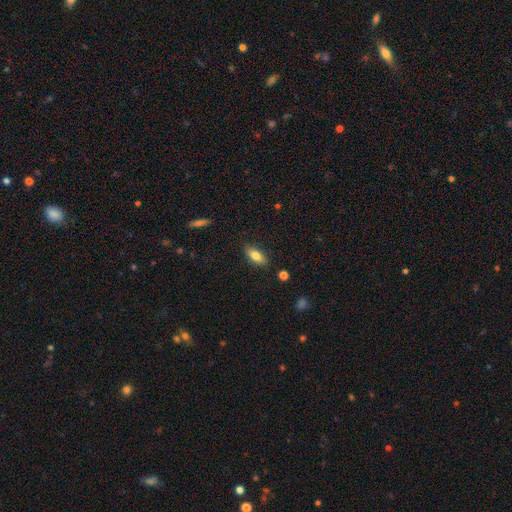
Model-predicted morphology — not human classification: smooth 76%, featured or disk 16%, star or artifact 8%. Down the decision tree: how rounded — in between (80%); merging — none (86%).